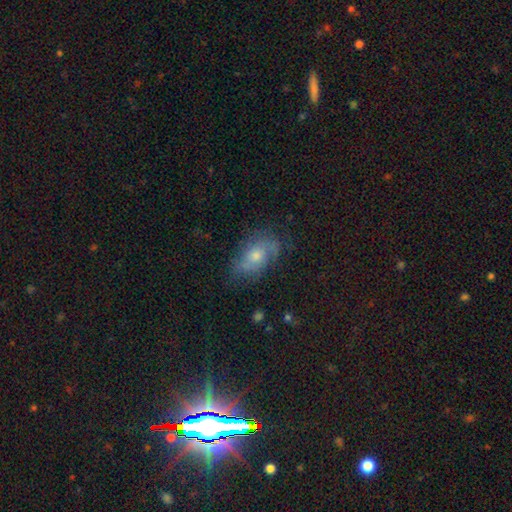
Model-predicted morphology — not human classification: Smooth or featured? featured or disk (49%)
Merging? none (61%)